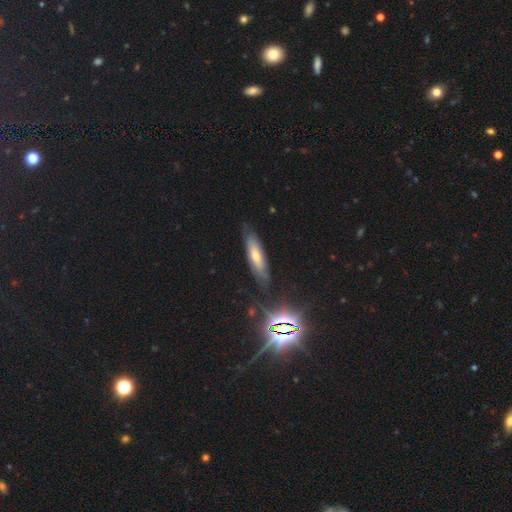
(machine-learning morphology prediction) Overall: featured or disk (43%; smooth 39%). Merging: none (77%).